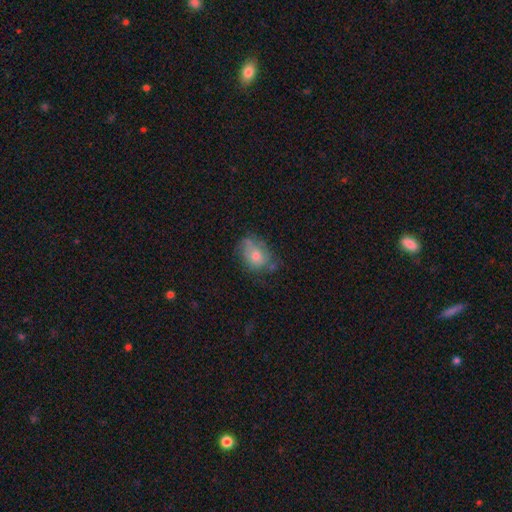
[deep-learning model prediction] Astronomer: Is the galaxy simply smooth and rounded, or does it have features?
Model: smooth — 54% (runner-up: featured or disk, 35%).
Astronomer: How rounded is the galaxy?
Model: in between — 66%.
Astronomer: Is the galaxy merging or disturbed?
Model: none — 50% (runner-up: minor disturbance, 31%).